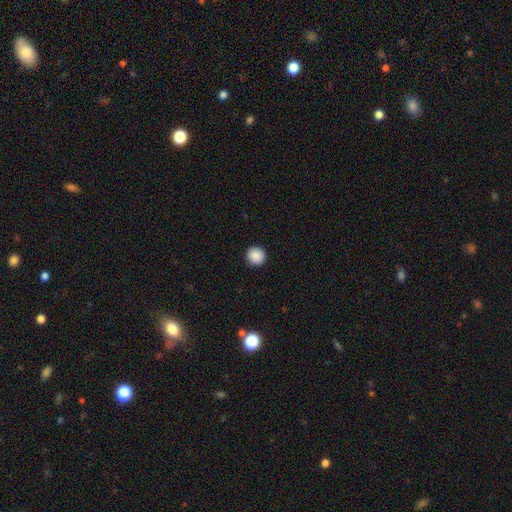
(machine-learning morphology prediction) A smooth galaxy with no disk features (89%) that is round (95%).

Vote fractions:
- Smooth or featured? smooth: 89% / star or artifact: 8% / featured or disk: 2%
- How rounded? round: 95% / in between: 5% / cigar-shaped: 1%
- Merging? none: 93% / minor disturbance: 5% / major disturbance: 2% / merger: 1%